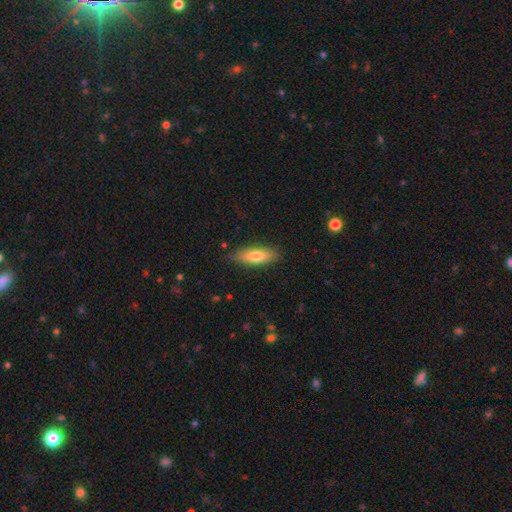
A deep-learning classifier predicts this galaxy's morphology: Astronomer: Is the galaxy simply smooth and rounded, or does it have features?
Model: smooth — 71%.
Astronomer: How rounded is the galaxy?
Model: in between — 62%.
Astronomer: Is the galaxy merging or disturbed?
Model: none — 79%.